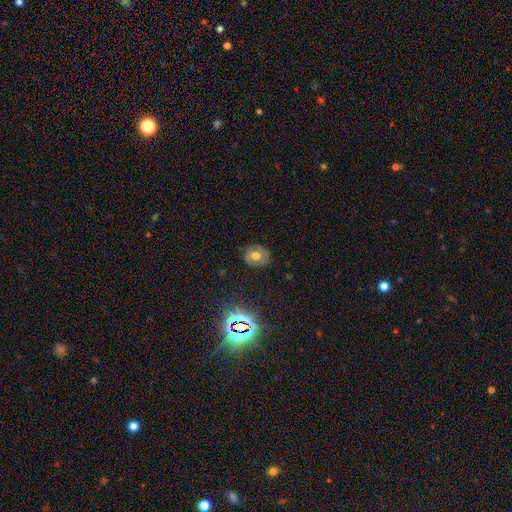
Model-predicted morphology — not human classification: Smooth or featured? smooth (50%)
How rounded? round (69%)
Merging? none (83%)